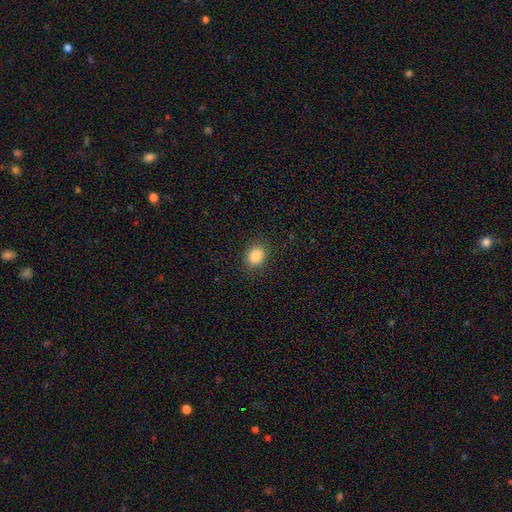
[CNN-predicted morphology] A smooth galaxy with no disk features (85%) that is round (63%). Merging: none (89%).